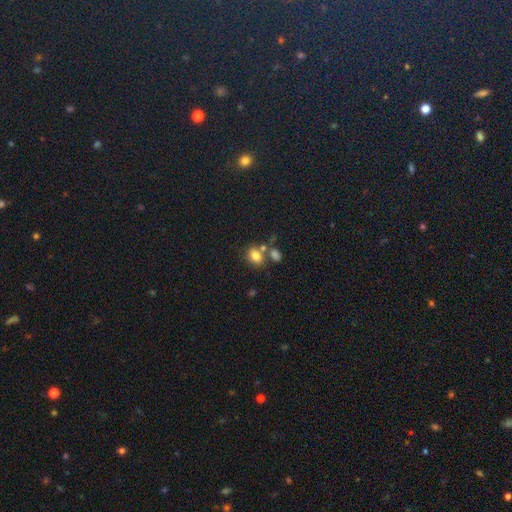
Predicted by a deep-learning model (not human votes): A smooth galaxy with no disk features (78%) that is in between round and cigar-shaped (73%). Merging: none (51%).